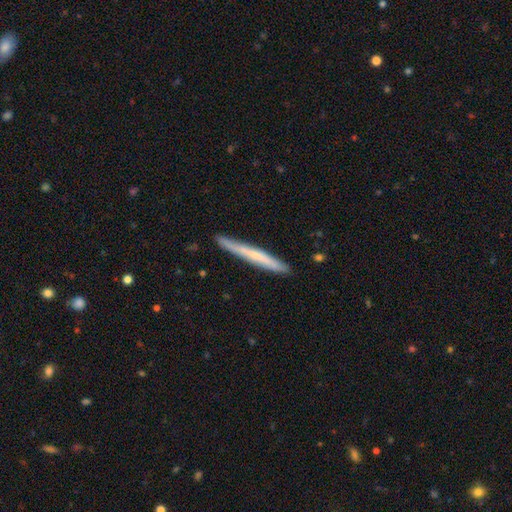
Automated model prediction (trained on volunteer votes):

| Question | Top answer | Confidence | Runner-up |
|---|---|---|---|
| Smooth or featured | smooth | 53% | featured or disk (42%) |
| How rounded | cigar-shaped | 97% | in between (2%) |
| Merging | none | 87% | minor disturbance (10%) |